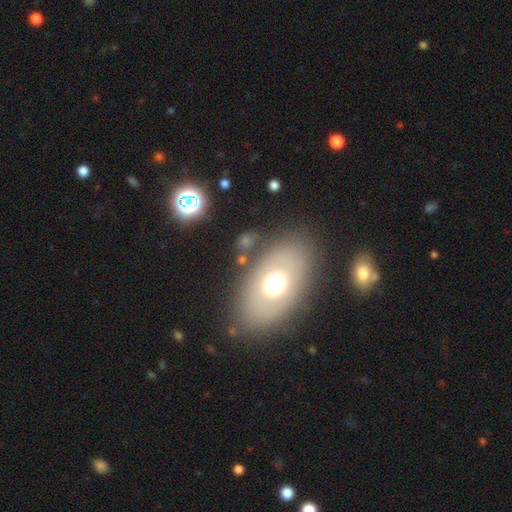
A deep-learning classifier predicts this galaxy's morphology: featured or disk 45%, smooth 44%, star or artifact 11%. Down the decision tree: merging — none (80%).